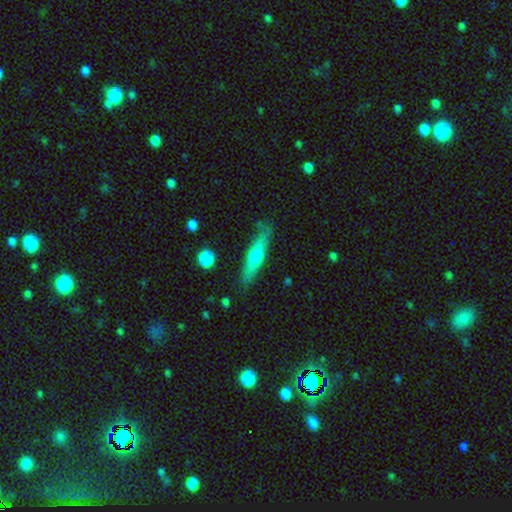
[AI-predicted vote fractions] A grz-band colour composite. It shows a featured or disk galaxy (50%). Merging: none (80%).